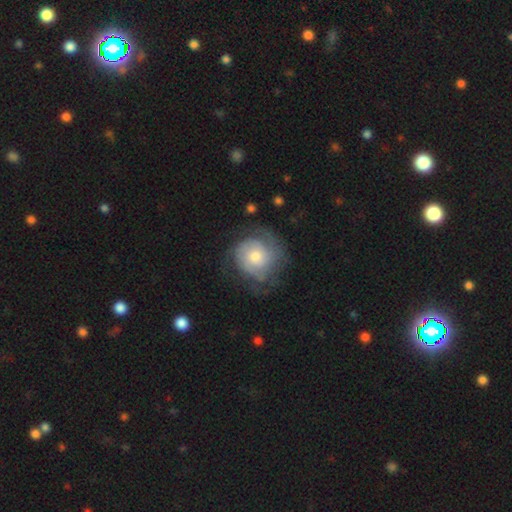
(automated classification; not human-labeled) Morphology: type=featured or disk (65%); edge-on=no (98%); bar=no (79%); spiral arms=yes (88%); winding=tight (59%); arm count=can't tell (35%); bulge=moderate (58%); merging=none (64%).